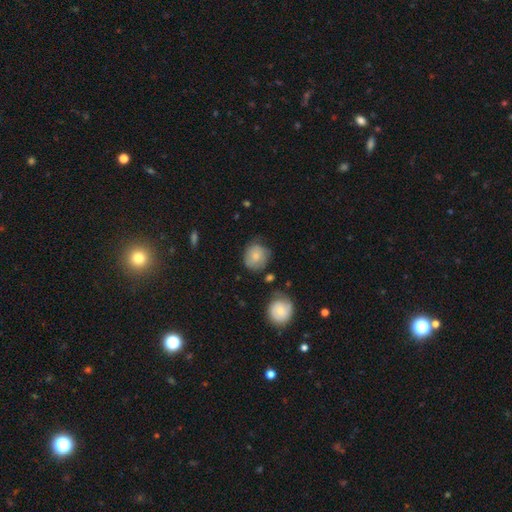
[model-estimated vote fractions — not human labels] smooth 74%, featured or disk 18%, star or artifact 7%. Down the decision tree: how rounded — round (82%); merging — none (62%).